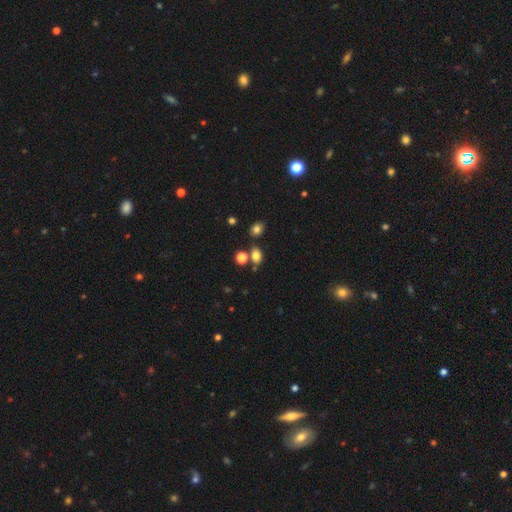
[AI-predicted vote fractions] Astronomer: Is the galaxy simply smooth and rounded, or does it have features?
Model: smooth — 78%.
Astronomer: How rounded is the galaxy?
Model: in between — 72%.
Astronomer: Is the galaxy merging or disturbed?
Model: none — 68%.